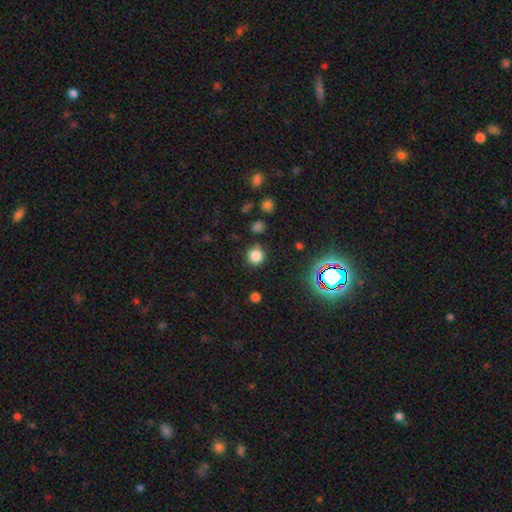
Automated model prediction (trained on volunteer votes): A smooth galaxy with no disk features (80%) that is round (92%).

Vote fractions:
- Smooth or featured? smooth: 80% / star or artifact: 15% / featured or disk: 5%
- How rounded? round: 92% / in between: 7% / cigar-shaped: 1%
- Merging? none: 86% / minor disturbance: 8% / major disturbance: 3% / merger: 3%